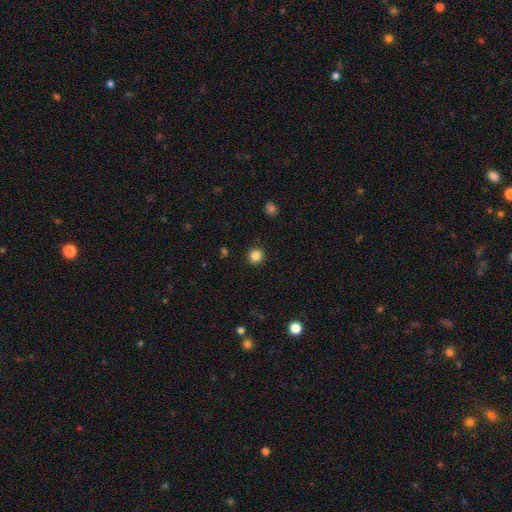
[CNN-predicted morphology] This is clearly a smooth galaxy (85%). How rounded: clearly round (94%). Merging: clearly none (92%).